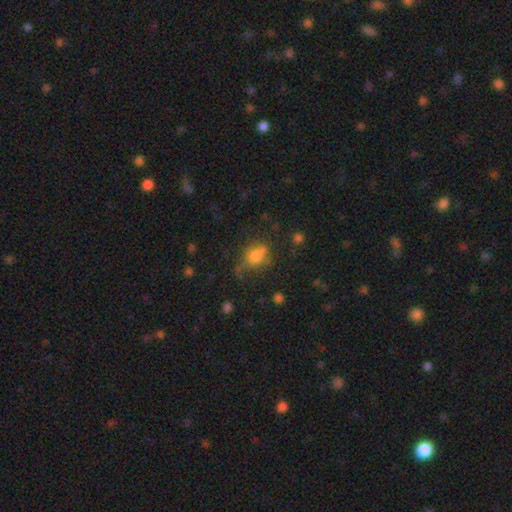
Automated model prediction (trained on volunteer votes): A smooth galaxy with no disk features (61%) that is in between round and cigar-shaped (57%).

Vote fractions:
- Smooth or featured? smooth: 61% / featured or disk: 21% / star or artifact: 18%
- How rounded? in between: 57% / round: 37% / cigar-shaped: 6%
- Merging? none: 50% / minor disturbance: 25% / major disturbance: 16% / merger: 9%